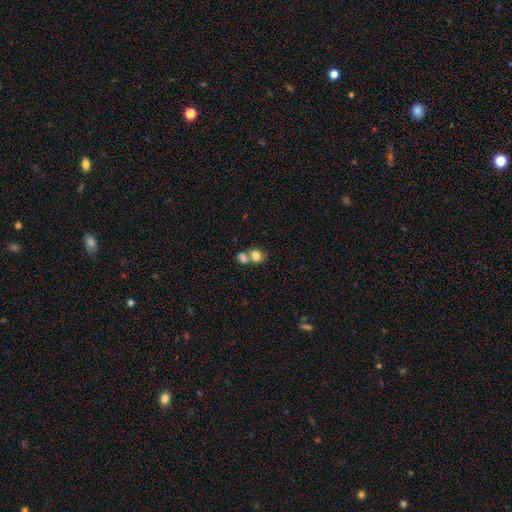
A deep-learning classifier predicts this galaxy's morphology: Smooth or featured: smooth — 80% (featured or disk — 11%)
How rounded: round — 64% (in between — 35%)
Merging: merger — 54% (none — 36%)